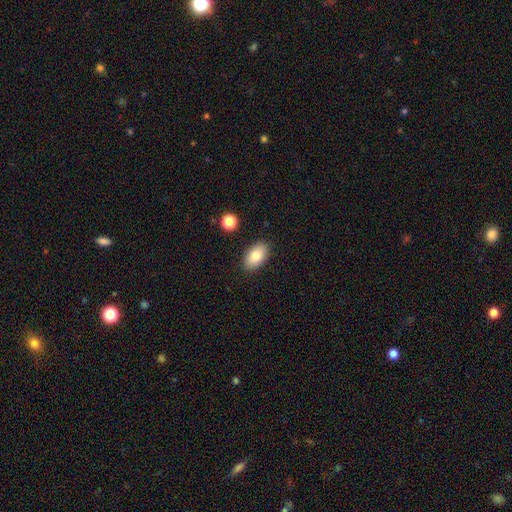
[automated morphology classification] smooth 82%, featured or disk 10%, star or artifact 7%. Down the decision tree: how rounded — in between (93%); merging — none (87%).